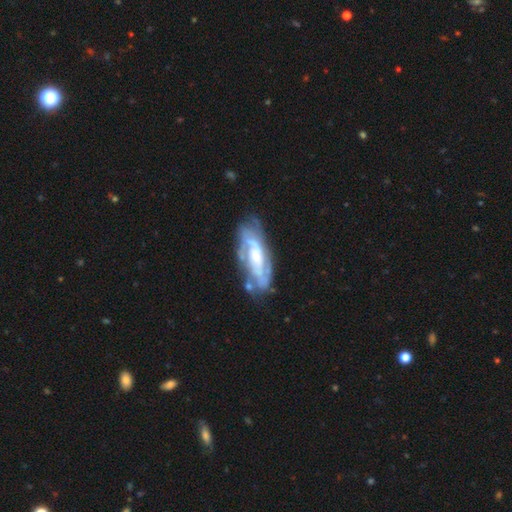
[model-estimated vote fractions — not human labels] Smooth or featured? featured or disk (80%)
Edge-on disk? no (88%)
Bar? no (49%)
Spiral arms? yes (88%)
Spiral winding? tight (52%)
Spiral arm count? 2 (39%)
Bulge size? moderate (47%)
Merging? none (67%)